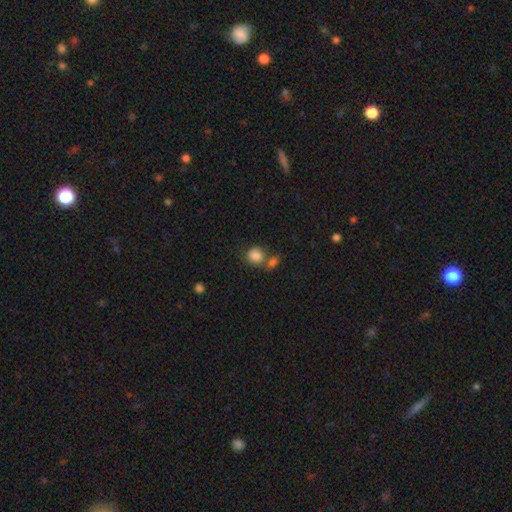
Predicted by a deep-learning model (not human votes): Smooth or featured? Predicted: smooth (p=0.84). How rounded? Predicted: round (p=0.74). Merging? Predicted: none (p=0.45).